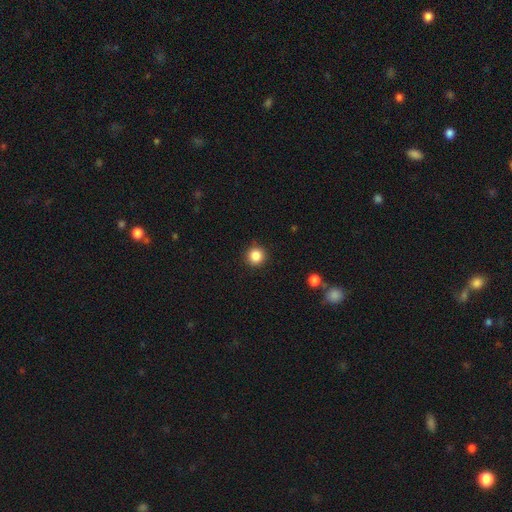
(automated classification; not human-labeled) Smooth or featured? smooth (85%)
How rounded? round (94%)
Merging? none (90%)